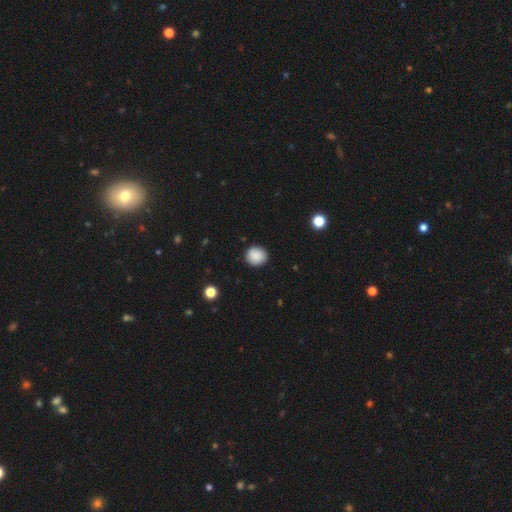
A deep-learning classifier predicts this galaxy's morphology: Smooth or featured?
  - smooth: 88% *
  - star or artifact: 9%
  - featured or disk: 3%
How rounded?
  - round: 86% *
  - in between: 13%
  - cigar-shaped: 1%
Merging?
  - none: 89% *
  - minor disturbance: 8%
  - major disturbance: 2%
  - merger: 1%